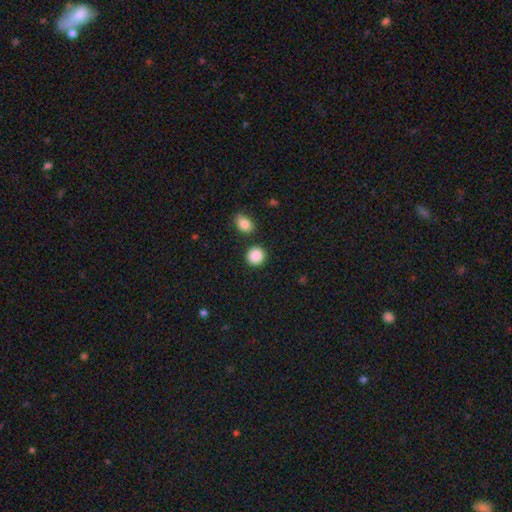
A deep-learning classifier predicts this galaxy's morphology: Smooth or featured: smooth — 89% (star or artifact — 8%)
How rounded: round — 88% (in between — 11%)
Merging: none — 85% (minor disturbance — 7%)